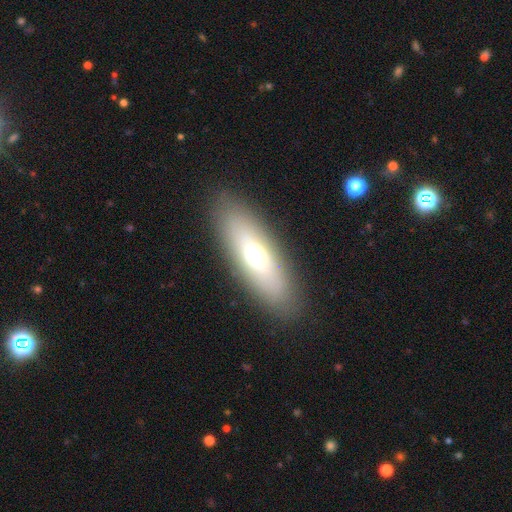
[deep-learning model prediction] Smooth or featured? smooth (61%)
How rounded? in between (58%)
Merging? none (88%)